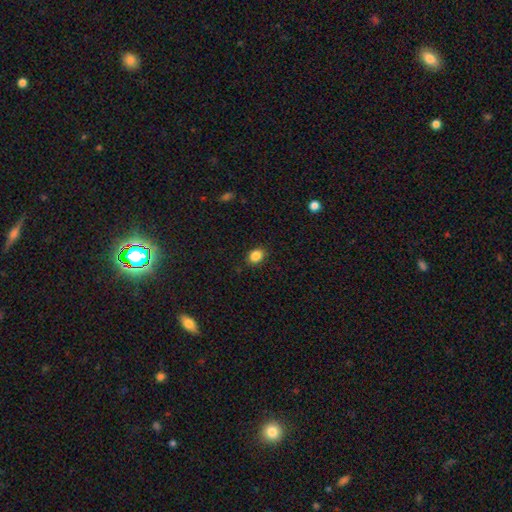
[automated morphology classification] Overall: smooth (86%). How rounded: in between (58%; round 41%). Merging: none (88%).